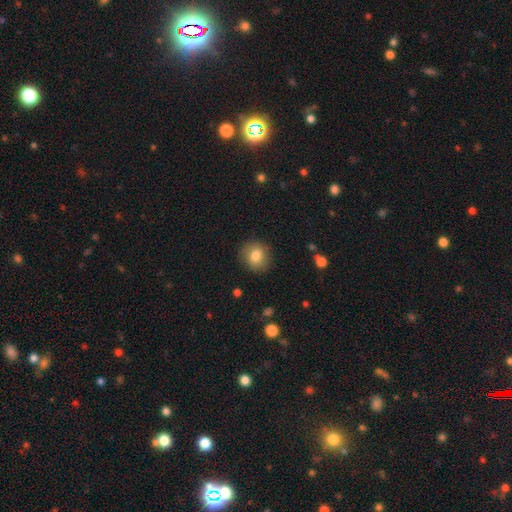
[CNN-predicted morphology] type=smooth (82%); roundness=round (84%); merging=none (87%).